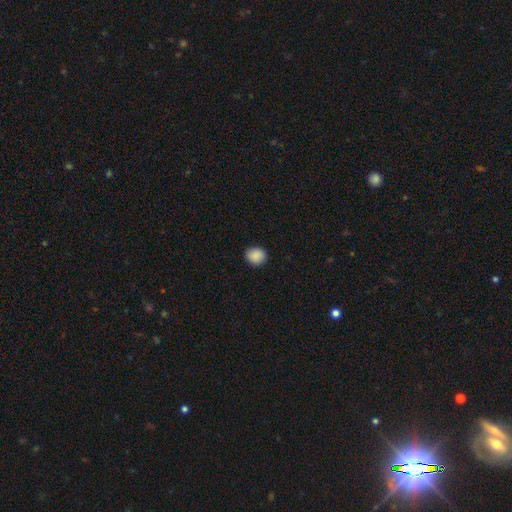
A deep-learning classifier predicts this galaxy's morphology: smooth-or-featured: smooth: 89% | star or artifact: 8% | featured or disk: 3%
  how-rounded: round: 76% | in between: 23% | cigar-shaped: 1%
  merging: none: 90% | minor disturbance: 7% | major disturbance: 2% | merger: 1%